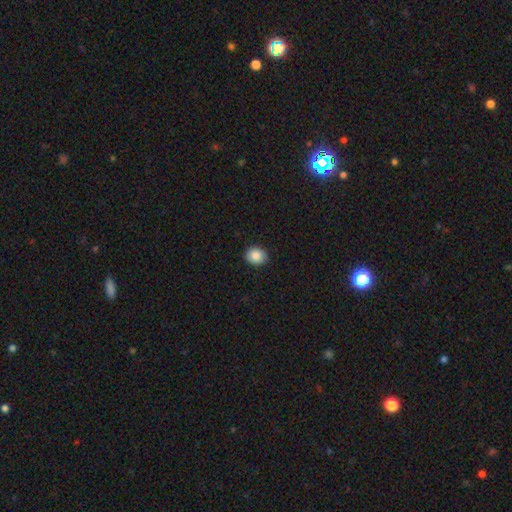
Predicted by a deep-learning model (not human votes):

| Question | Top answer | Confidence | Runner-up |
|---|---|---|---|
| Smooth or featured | smooth | 87% | star or artifact (9%) |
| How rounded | round | 62% | in between (38%) |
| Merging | none | 91% | minor disturbance (7%) |